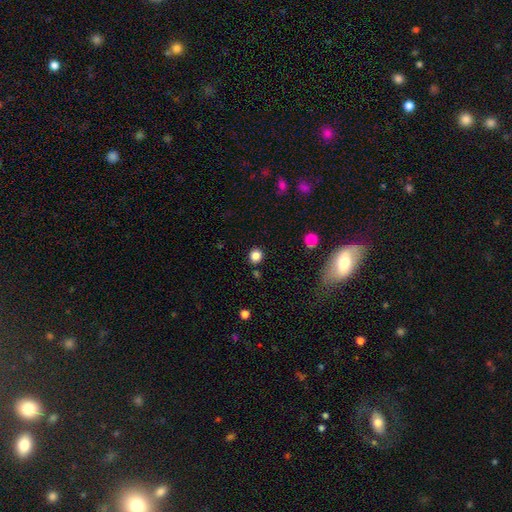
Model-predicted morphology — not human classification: Overall: smooth (84%). How rounded: round (83%). Merging: none (88%).